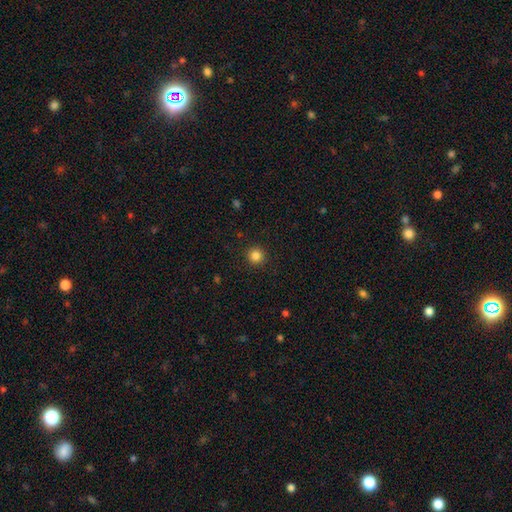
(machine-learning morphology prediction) Overall: smooth (84%). How rounded: round (95%). Merging: none (92%).